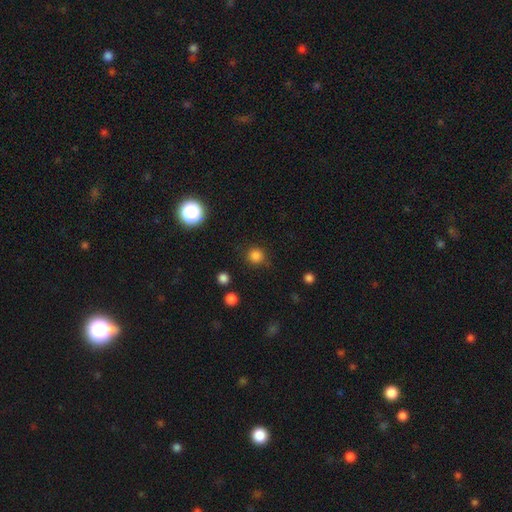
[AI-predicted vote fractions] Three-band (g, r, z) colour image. It shows a smooth galaxy with no disk features (82%) that is round (93%). Merging: none (82%).